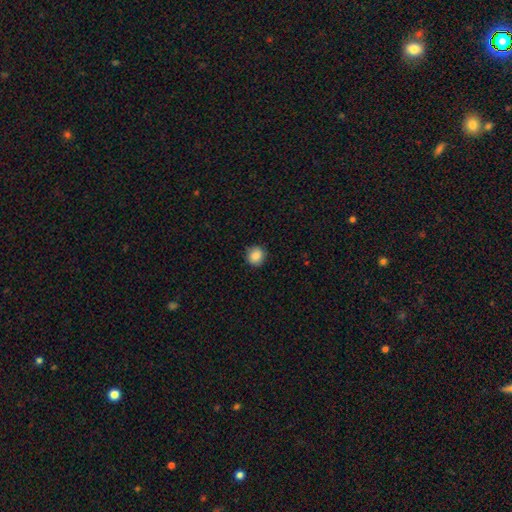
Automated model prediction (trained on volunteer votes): Q: Smooth or featured?
A: smooth (88%); runner-up: star or artifact (9%)
Q: How rounded?
A: round (86%); runner-up: in between (13%)
Q: Merging?
A: none (88%); runner-up: minor disturbance (9%)